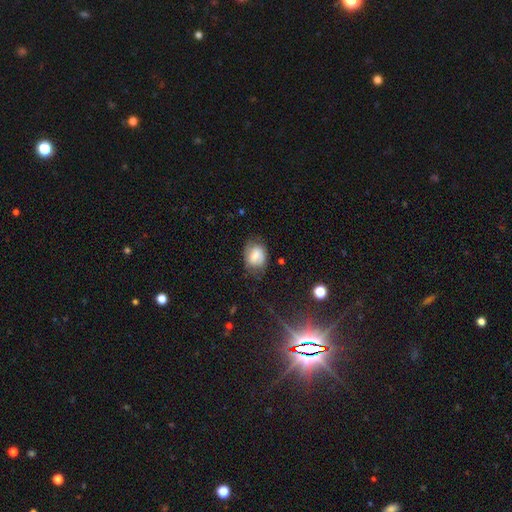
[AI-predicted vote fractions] smooth 63%, featured or disk 28%, star or artifact 10%. Down the decision tree: how rounded — in between (62%); merging — none (64%).